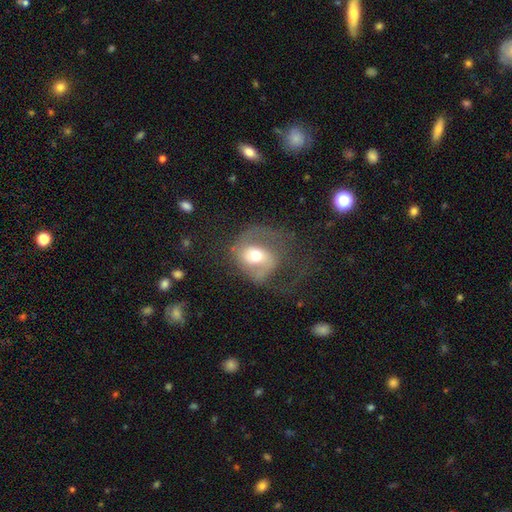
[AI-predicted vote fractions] smooth-or-featured: featured or disk: 62% | smooth: 30% | star or artifact: 8%
  disk-edge-on: no: 97% | yes: 3%
    bar: no: 57% | weak: 30% | strong: 13%
    has-spiral-arms: yes: 79% | no: 21%
    bulge-size: moderate: 69% | large: 17% | small: 11% | dominant: 2% | none: 1%
  merging: major disturbance: 40% | none: 37% | minor disturbance: 20% | merger: 3%